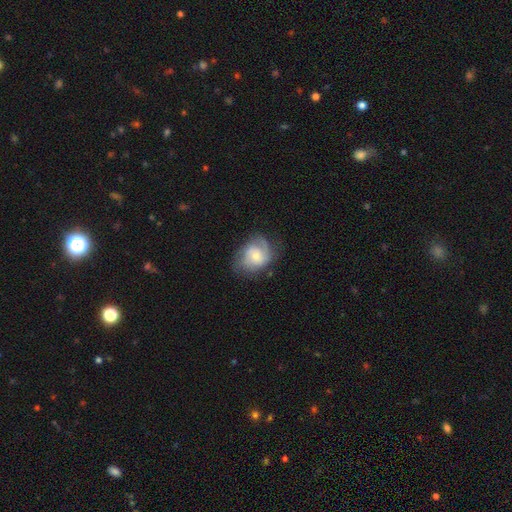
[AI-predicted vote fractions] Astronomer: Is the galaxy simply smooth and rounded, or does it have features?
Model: featured or disk — 61%.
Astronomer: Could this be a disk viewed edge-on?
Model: no — 97%.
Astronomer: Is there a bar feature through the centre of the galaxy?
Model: no — 63%.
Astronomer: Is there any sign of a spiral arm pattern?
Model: yes — 87%.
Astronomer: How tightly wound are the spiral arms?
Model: medium — 43% (runner-up: tight, 37%).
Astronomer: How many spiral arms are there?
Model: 2 — 44% (runner-up: can't tell, 26%).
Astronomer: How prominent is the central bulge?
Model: small — 47% (runner-up: moderate, 42%).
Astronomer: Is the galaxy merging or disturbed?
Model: none — 61%.